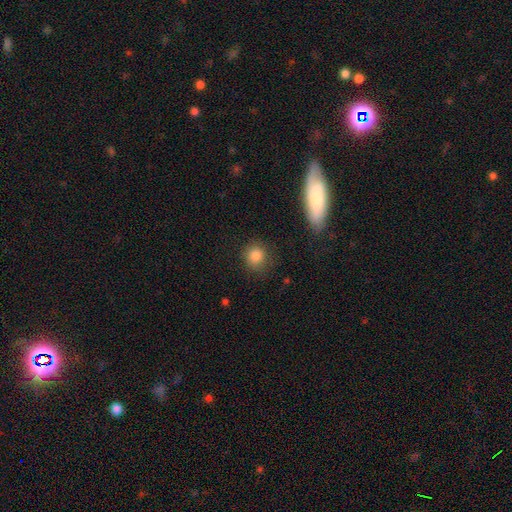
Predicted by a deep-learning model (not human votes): Overall: smooth (83%). How rounded: round (84%). Merging: none (84%).